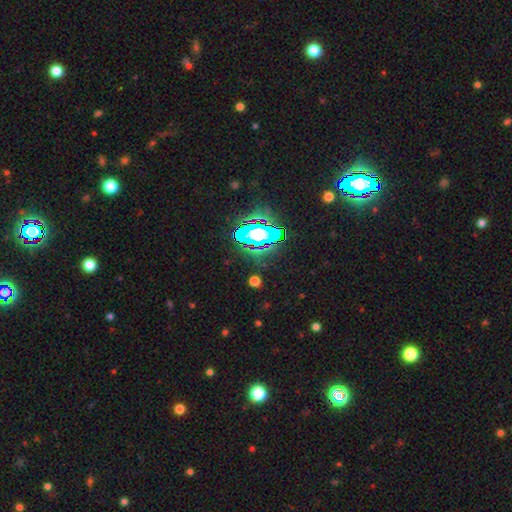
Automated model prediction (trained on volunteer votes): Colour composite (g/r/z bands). It shows a star or artifact, not a galaxy (80%).